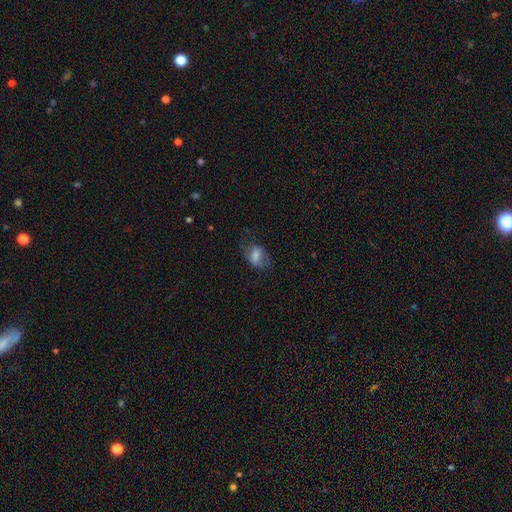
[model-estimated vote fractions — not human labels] smooth 68%, featured or disk 23%, star or artifact 9%. Down the decision tree: how rounded — in between (84%); merging — none (60%).